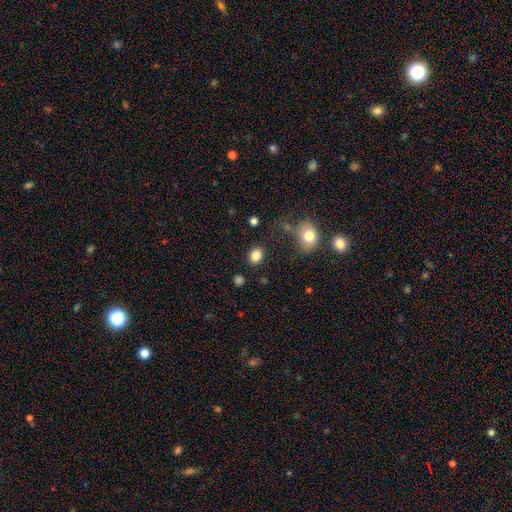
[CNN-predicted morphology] Q: Smooth or featured?
A: smooth (84%); runner-up: star or artifact (11%)
Q: How rounded?
A: round (57%); runner-up: in between (42%)
Q: Merging?
A: none (84%); runner-up: minor disturbance (9%)